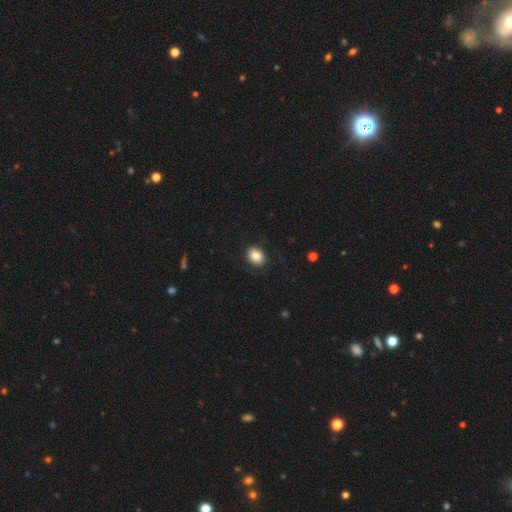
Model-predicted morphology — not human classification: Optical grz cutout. It shows a smooth galaxy with no disk features (85%) that is in between round and cigar-shaped (56%). Merging: none (88%).